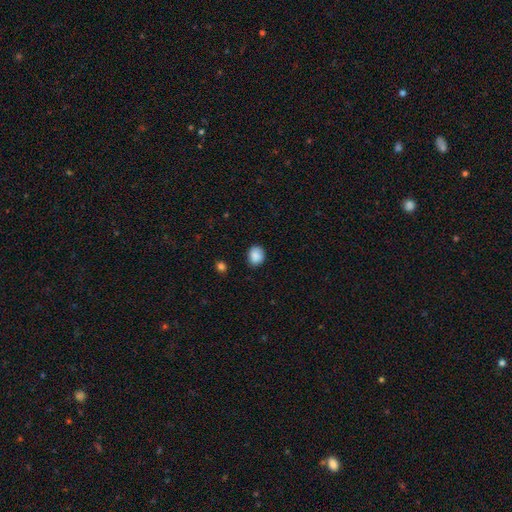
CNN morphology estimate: Overall: smooth (88%). How rounded: round (61%; in between 38%). Merging: none (82%).